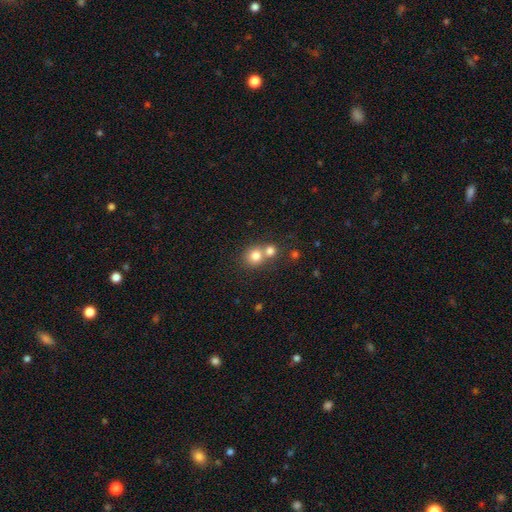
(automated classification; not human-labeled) Smooth or featured? smooth (79%)
How rounded? round (84%)
Merging? merger (48%)